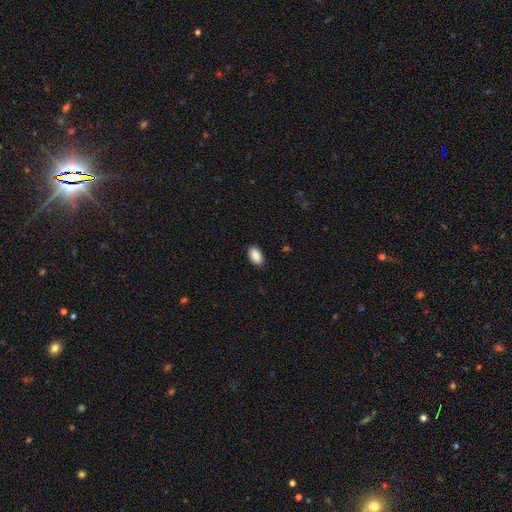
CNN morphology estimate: The model was most divided on "merging": none: 88%, minor disturbance: 9%, major disturbance: 2%, merger: 1%. More confident: how rounded — in between (92%); smooth or featured — smooth (90%).